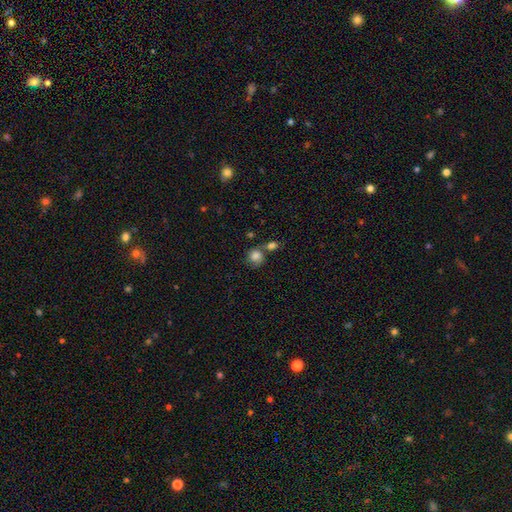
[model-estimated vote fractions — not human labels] A smooth galaxy with no disk features (77%) that is round (75%).

Vote fractions:
- Smooth or featured? smooth: 77% / featured or disk: 13% / star or artifact: 10%
- How rounded? round: 75% / in between: 24% / cigar-shaped: 1%
- Merging? none: 41% / merger: 36% / minor disturbance: 15% / major disturbance: 8%